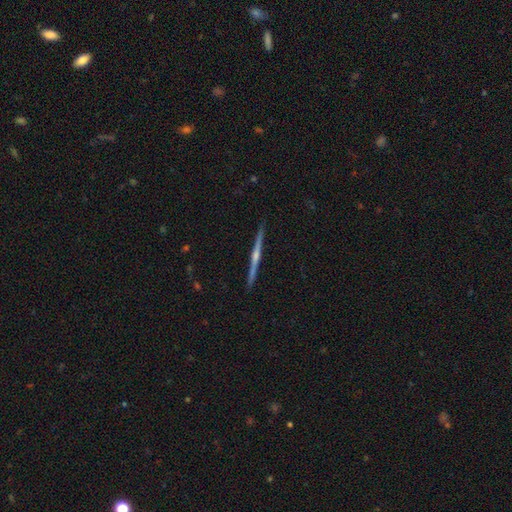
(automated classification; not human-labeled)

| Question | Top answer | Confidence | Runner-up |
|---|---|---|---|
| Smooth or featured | featured or disk | 76% | smooth (16%) |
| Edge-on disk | yes | 97% | no (3%) |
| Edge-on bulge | rounded | 71% | none (20%) |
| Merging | none | 90% | minor disturbance (6%) |